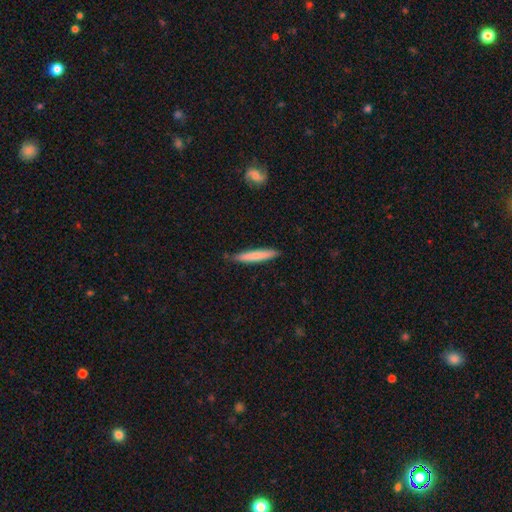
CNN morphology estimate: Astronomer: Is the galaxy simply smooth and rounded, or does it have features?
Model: smooth — 74%.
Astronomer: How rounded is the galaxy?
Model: cigar-shaped — 94%.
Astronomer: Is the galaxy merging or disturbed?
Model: none — 84%.